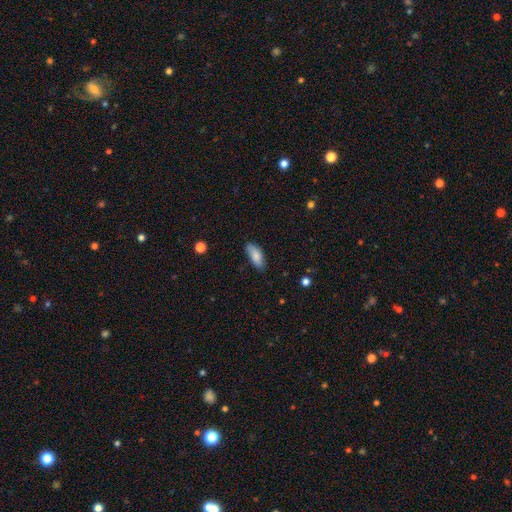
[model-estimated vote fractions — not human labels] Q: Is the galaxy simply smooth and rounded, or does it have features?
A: smooth — 83%.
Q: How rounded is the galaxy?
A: in between — 78%.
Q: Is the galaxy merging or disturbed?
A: none — 78%.